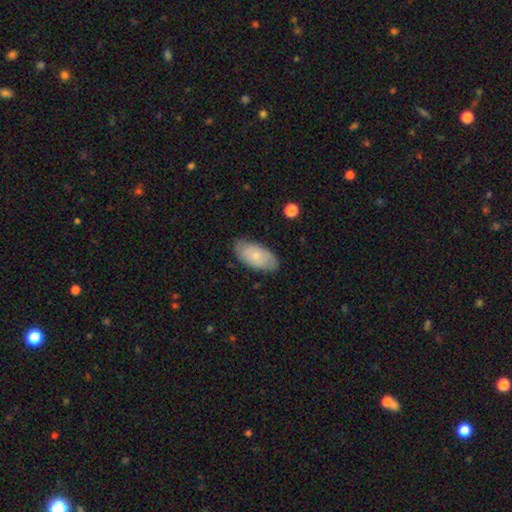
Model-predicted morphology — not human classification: A smooth galaxy with no disk features (69%) that is in between round and cigar-shaped (94%).

Vote fractions:
- Smooth or featured? smooth: 69% / featured or disk: 25% / star or artifact: 6%
- How rounded? in between: 94% / cigar-shaped: 4% / round: 3%
- Merging? none: 80% / minor disturbance: 16% / major disturbance: 3% / merger: 1%